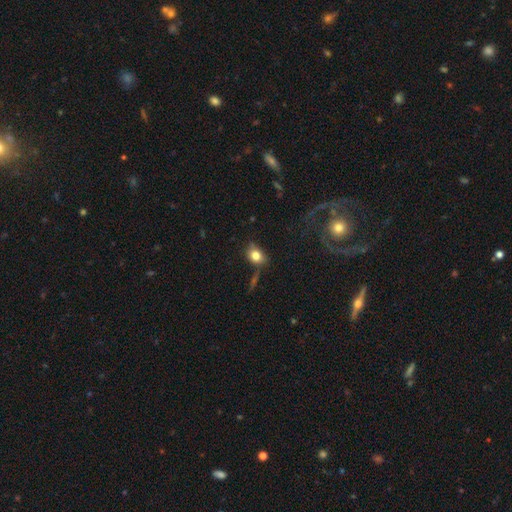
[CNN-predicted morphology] Smooth or featured? Predicted: smooth (p=0.77). How rounded? Predicted: in between (p=0.52). Merging? Predicted: none (p=0.63).